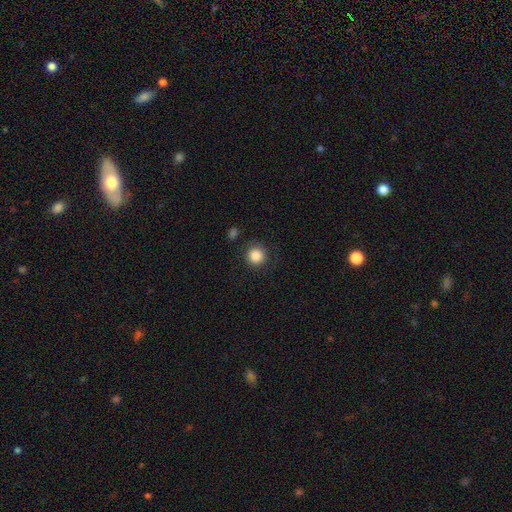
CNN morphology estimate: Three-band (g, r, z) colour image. It shows a smooth galaxy with no disk features (86%) that is round (93%). Merging: none (86%).